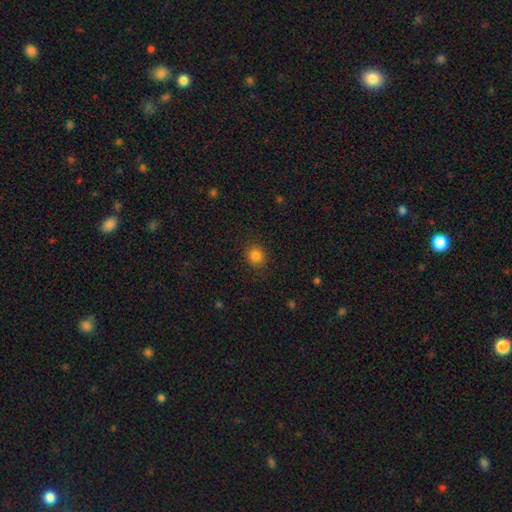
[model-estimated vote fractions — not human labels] The model was most divided on "how rounded": round: 77%, in between: 22%, cigar-shaped: 1%. More confident: merging — none (86%); smooth or featured — smooth (83%).